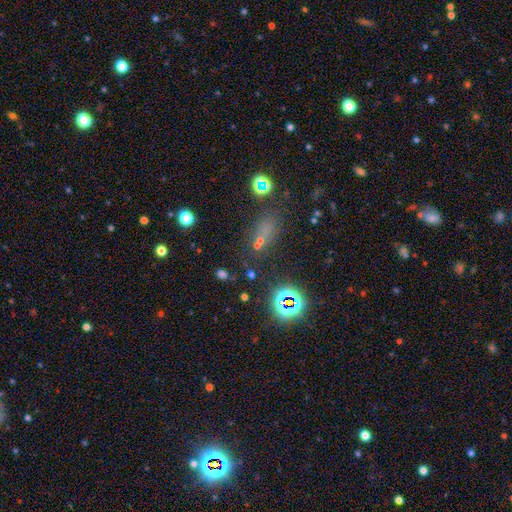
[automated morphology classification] A star or artifact, not a galaxy (63%).

Vote fractions:
- Smooth or featured? star or artifact: 63% / smooth: 25% / featured or disk: 13%